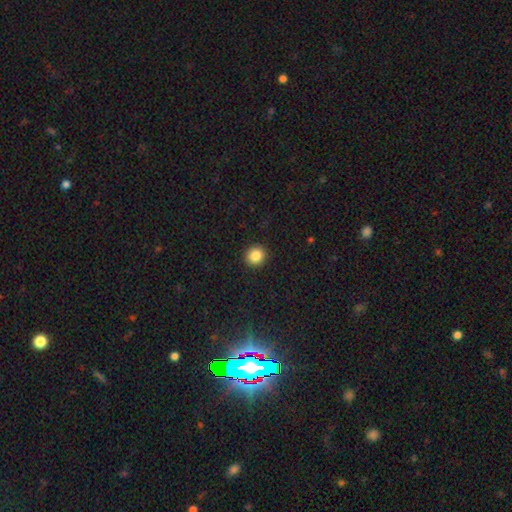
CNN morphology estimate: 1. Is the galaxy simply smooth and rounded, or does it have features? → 85% smooth, 10% star or artifact, 5% featured or disk.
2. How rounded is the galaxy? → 88% round, 11% in between, 1% cigar-shaped.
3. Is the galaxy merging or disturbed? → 93% none, 5% minor disturbance, 2% major disturbance, 1% merger.